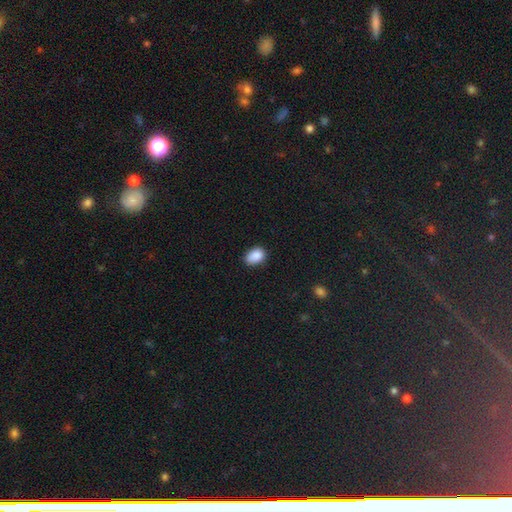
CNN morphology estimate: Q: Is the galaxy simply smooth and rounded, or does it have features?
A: smooth — 88%.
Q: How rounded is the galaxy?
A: in between — 79%.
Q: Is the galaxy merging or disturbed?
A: none — 74%.